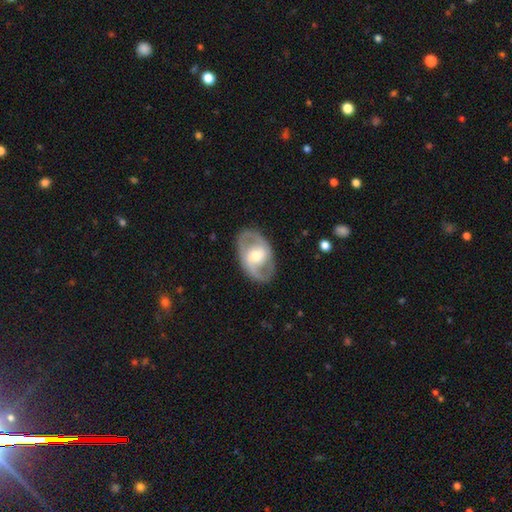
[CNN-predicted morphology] Smooth or featured?
  - featured or disk: 75% *
  - smooth: 21%
  - star or artifact: 5%
Edge-on disk?
  - no: 94% *
  - yes: 6%
Bar?
  - no: 41% *
  - weak: 39%
  - strong: 20%
Spiral arms?
  - yes: 71% *
  - no: 29%
Bulge size?
  - moderate: 66% *
  - small: 21%
  - large: 10%
  - dominant: 1%
  - none: 1%
Merging?
  - none: 82% *
  - minor disturbance: 11%
  - major disturbance: 5%
  - merger: 1%